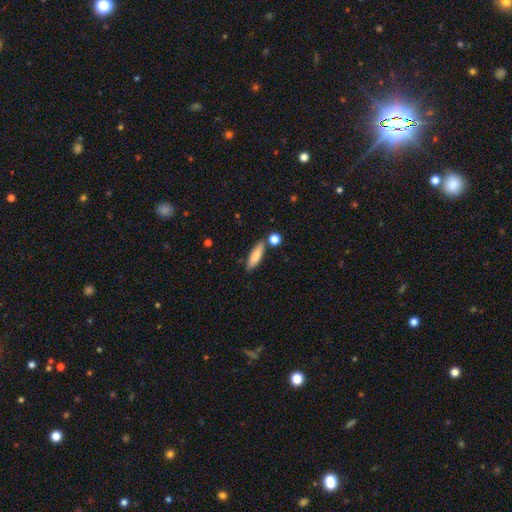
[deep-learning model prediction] Smooth or featured?
  - smooth: 80% *
  - featured or disk: 14%
  - star or artifact: 7%
How rounded?
  - cigar-shaped: 55% *
  - in between: 42%
  - round: 3%
Merging?
  - none: 76% *
  - minor disturbance: 13%
  - merger: 8%
  - major disturbance: 3%